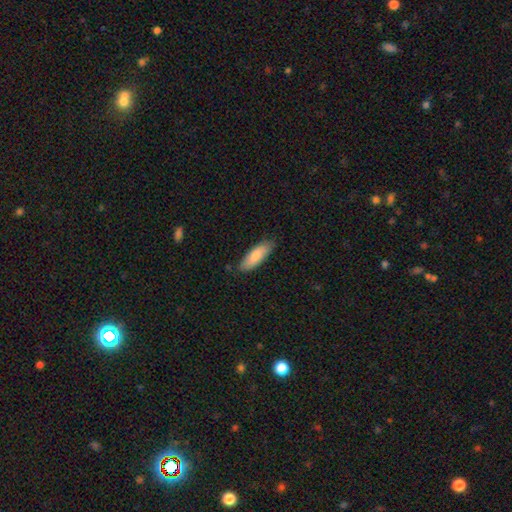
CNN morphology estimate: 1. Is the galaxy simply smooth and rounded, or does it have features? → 81% smooth, 14% featured or disk, 6% star or artifact.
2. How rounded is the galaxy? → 60% in between, 38% cigar-shaped, 2% round.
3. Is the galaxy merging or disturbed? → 80% none, 16% minor disturbance, 2% major disturbance, 2% merger.